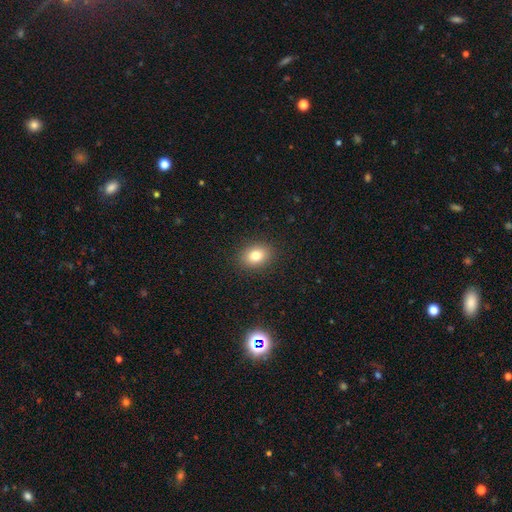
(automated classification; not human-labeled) Smooth or featured? smooth (80%)
How rounded? in between (64%)
Merging? none (89%)